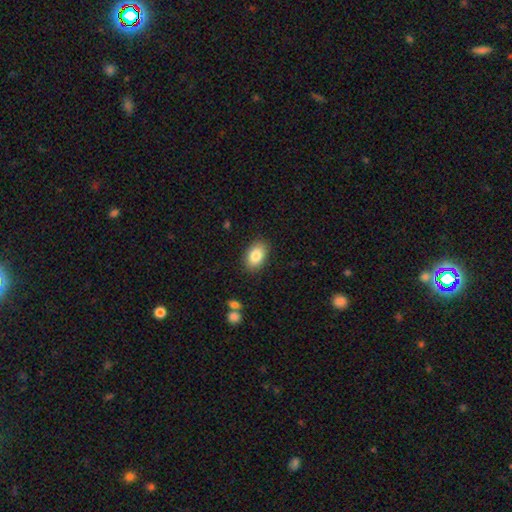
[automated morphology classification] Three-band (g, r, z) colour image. It shows a smooth galaxy with no disk features (85%) that is in between round and cigar-shaped (87%). Merging: none (87%).